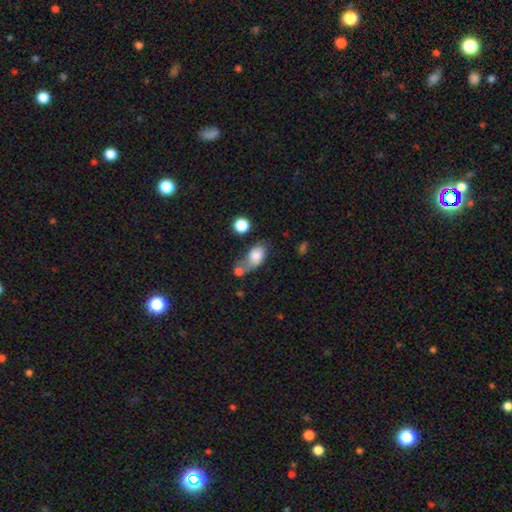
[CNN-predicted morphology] This is likely a smooth galaxy (72%). How rounded: clearly in between (80%). Merging: marginally merger (36%).